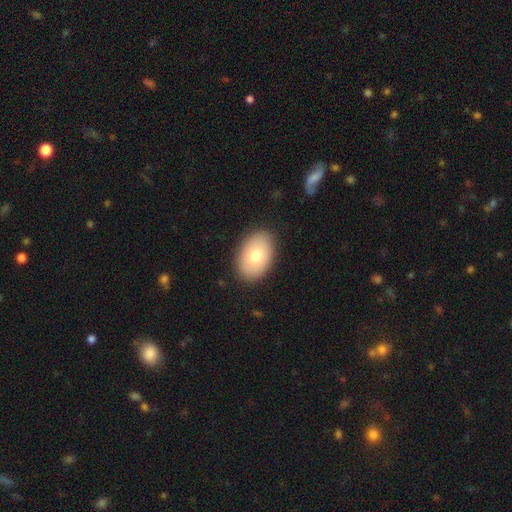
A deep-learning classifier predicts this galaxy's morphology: smooth_or_featured: smooth (p=0.76) [alt: featured or disk p=0.18]
how_rounded: in between (p=0.89) [alt: round p=0.10]
merging: none (p=0.88) [alt: minor disturbance p=0.09]